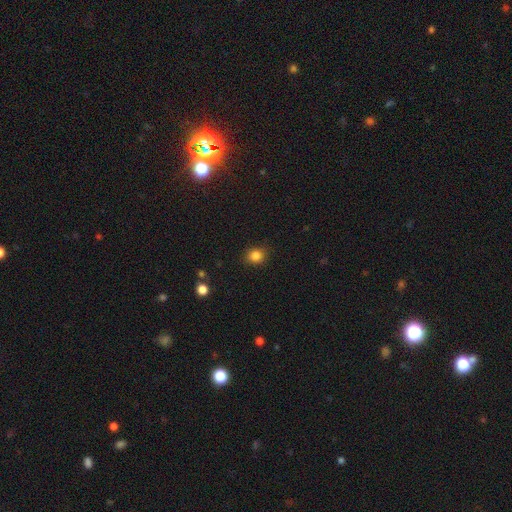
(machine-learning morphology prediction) Smooth or featured: smooth — 84% (star or artifact — 11%)
How rounded: round — 77% (in between — 22%)
Merging: none — 86% (minor disturbance — 10%)